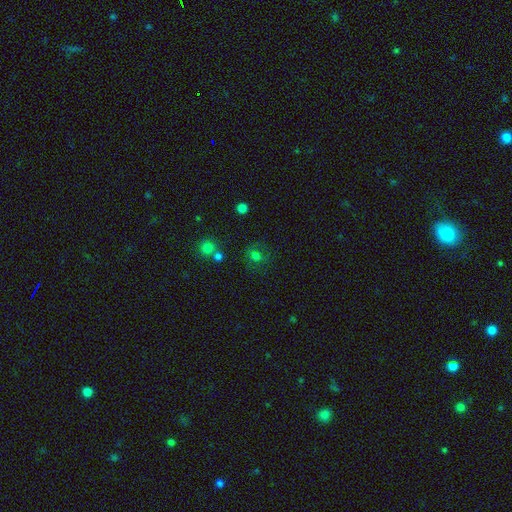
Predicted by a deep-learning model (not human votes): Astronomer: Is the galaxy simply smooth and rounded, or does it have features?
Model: smooth — 67%.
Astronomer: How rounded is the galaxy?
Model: round — 74%.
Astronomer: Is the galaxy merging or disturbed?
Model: none — 68%.